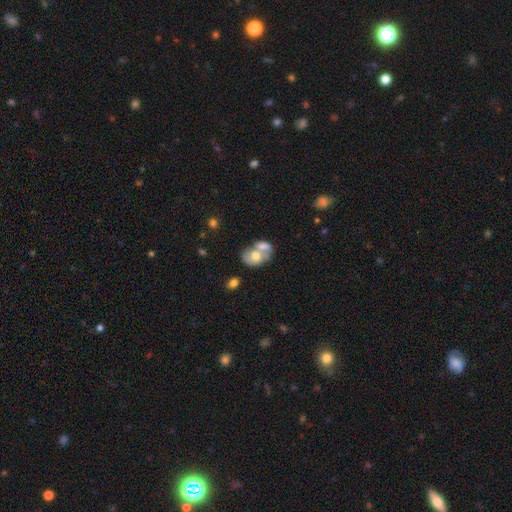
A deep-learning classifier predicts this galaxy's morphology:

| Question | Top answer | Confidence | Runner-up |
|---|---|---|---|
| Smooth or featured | smooth | 64% | featured or disk (29%) |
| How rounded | in between | 76% | round (23%) |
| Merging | merger | 66% | none (20%) |